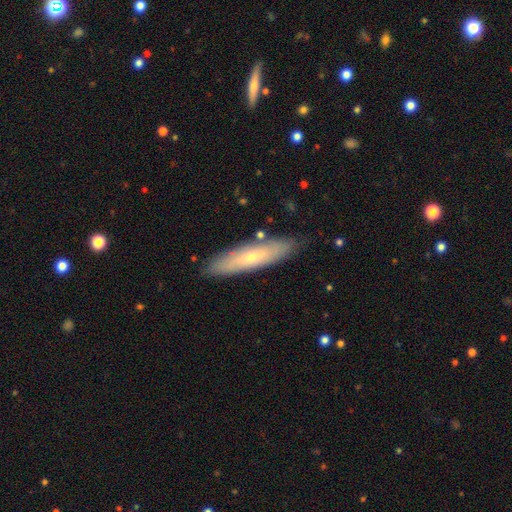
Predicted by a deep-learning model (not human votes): Smooth or featured?
  - smooth: 49% *
  - featured or disk: 44%
  - star or artifact: 7%
Merging?
  - none: 86% *
  - minor disturbance: 10%
  - major disturbance: 2%
  - merger: 2%